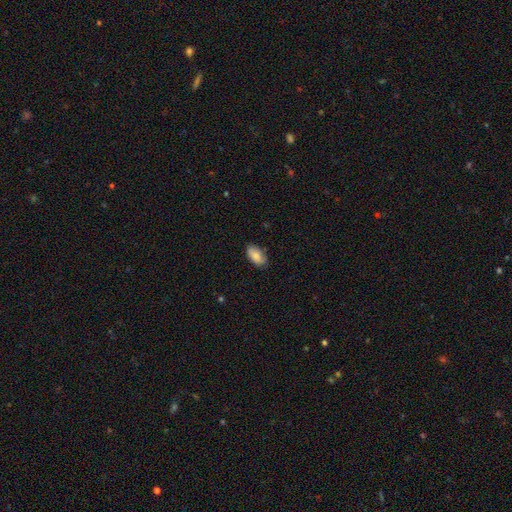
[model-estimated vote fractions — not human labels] A smooth galaxy with no disk features (83%) that is in between round and cigar-shaped (94%).

Vote fractions:
- Smooth or featured? smooth: 83% / featured or disk: 11% / star or artifact: 7%
- How rounded? in between: 94% / round: 3% / cigar-shaped: 3%
- Merging? none: 77% / minor disturbance: 19% / major disturbance: 3% / merger: 1%